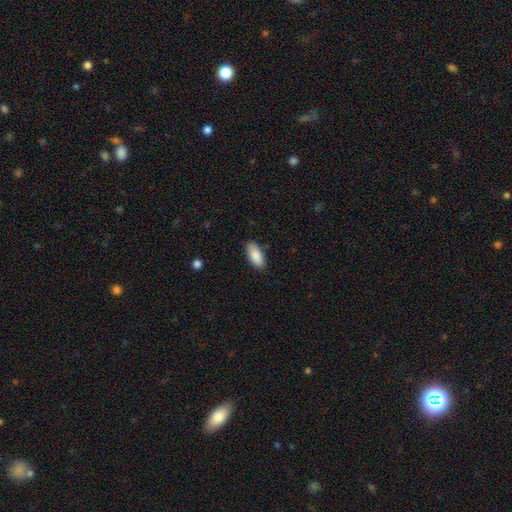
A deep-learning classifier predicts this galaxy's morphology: smooth_or_featured: smooth (p=0.88) [alt: star or artifact p=0.06]
how_rounded: in between (p=0.89) [alt: cigar-shaped p=0.09]
merging: none (p=0.85) [alt: minor disturbance p=0.12]